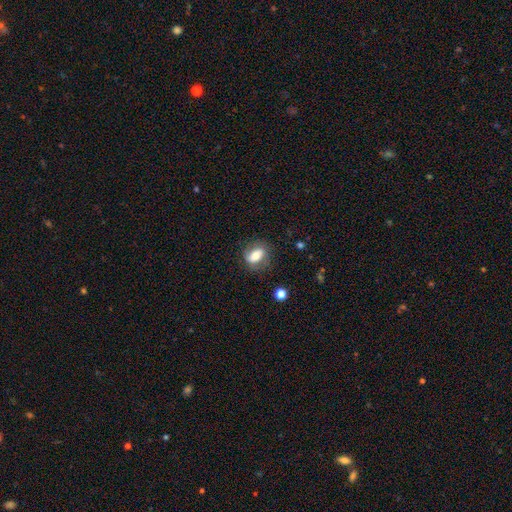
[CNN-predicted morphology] The model was most divided on "smooth or featured": smooth: 65%, featured or disk: 26%, star or artifact: 9%. More confident: merging — none (75%); how rounded — in between (70%).